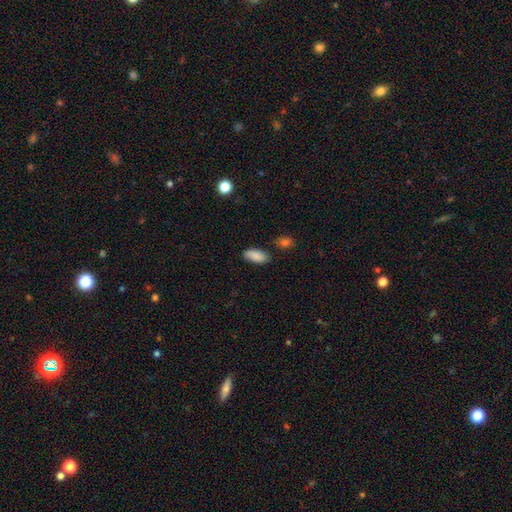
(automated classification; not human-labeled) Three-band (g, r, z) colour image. It shows a smooth galaxy with no disk features (87%) that is in between round and cigar-shaped (91%). Merging: none (77%).